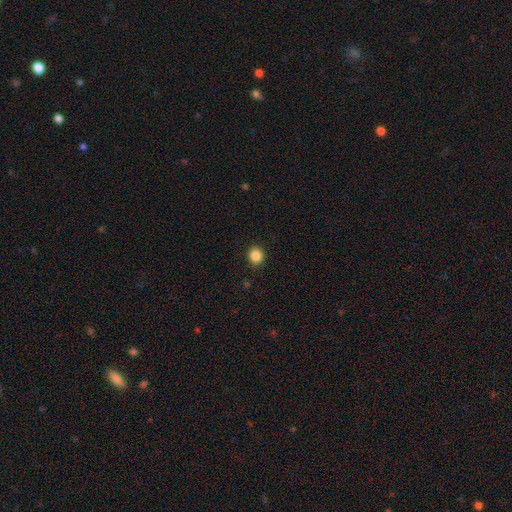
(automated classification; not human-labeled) A smooth galaxy with no disk features (86%) that is round (82%). Merging: none (90%).